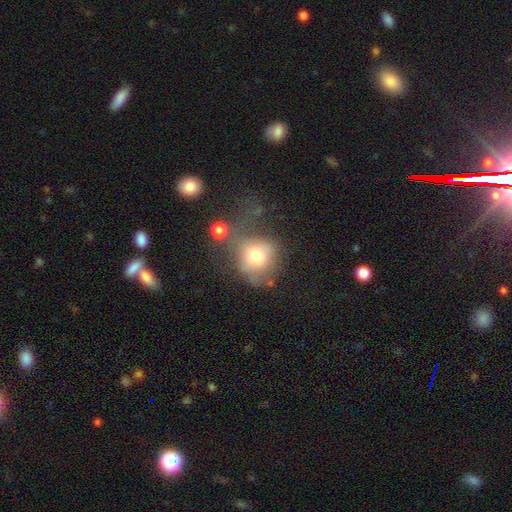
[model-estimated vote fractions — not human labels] This appears to be a smooth galaxy with no disk features (69%) that is round (75%). Merging: major disturbance (32%).